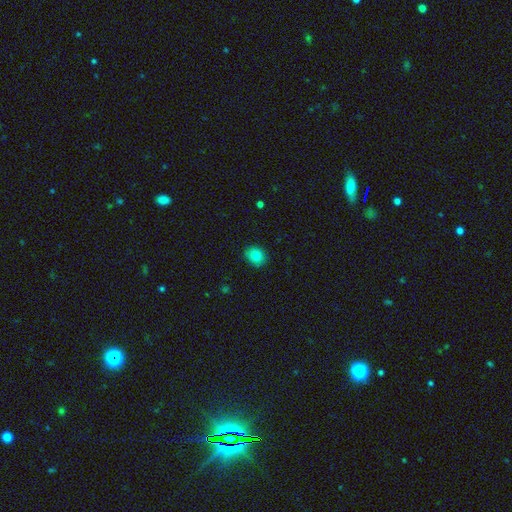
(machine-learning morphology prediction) Overall: smooth (82%). How rounded: round (66%; in between 33%). Merging: none (88%).